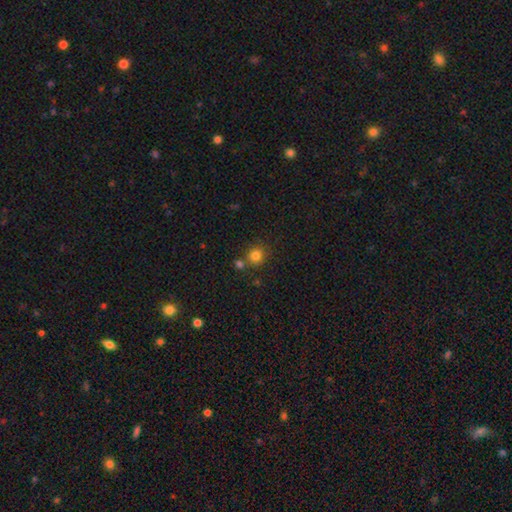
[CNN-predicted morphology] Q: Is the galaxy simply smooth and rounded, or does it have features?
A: smooth — 82%.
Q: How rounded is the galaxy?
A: round — 85%.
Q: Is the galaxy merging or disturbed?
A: none — 71%.